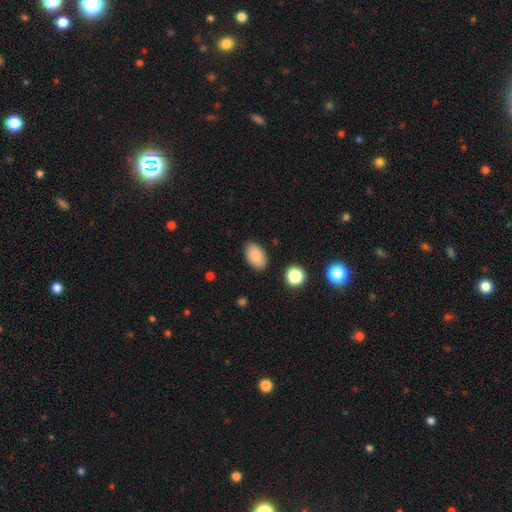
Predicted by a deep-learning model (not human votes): Smooth or featured? Predicted: smooth (p=0.85). How rounded? Predicted: in between (p=0.92). Merging? Predicted: none (p=0.85).